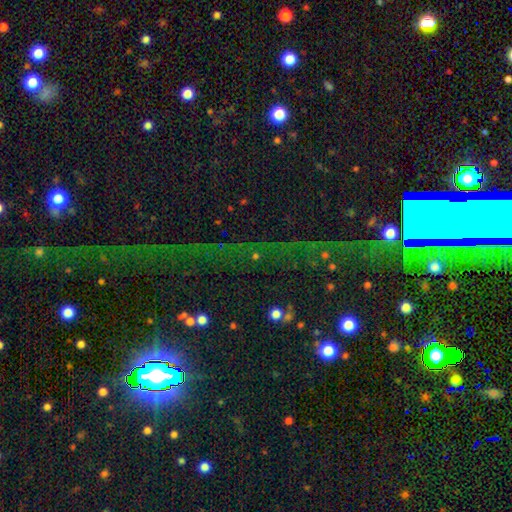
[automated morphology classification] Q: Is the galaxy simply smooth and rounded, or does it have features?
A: star or artifact — 67%.